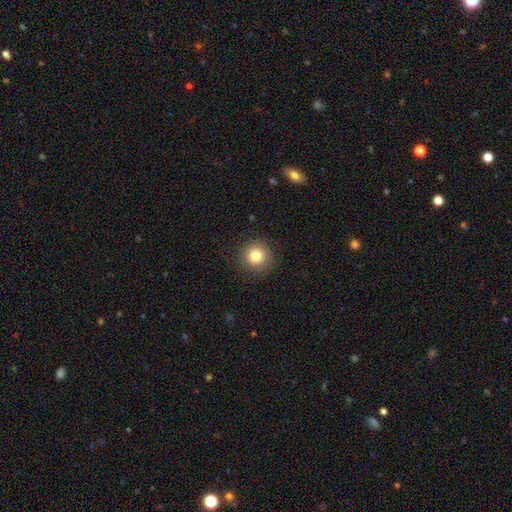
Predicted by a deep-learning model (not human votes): Q: Smooth or featured?
A: smooth (81%); runner-up: star or artifact (11%)
Q: How rounded?
A: round (94%); runner-up: in between (5%)
Q: Merging?
A: none (89%); runner-up: minor disturbance (8%)